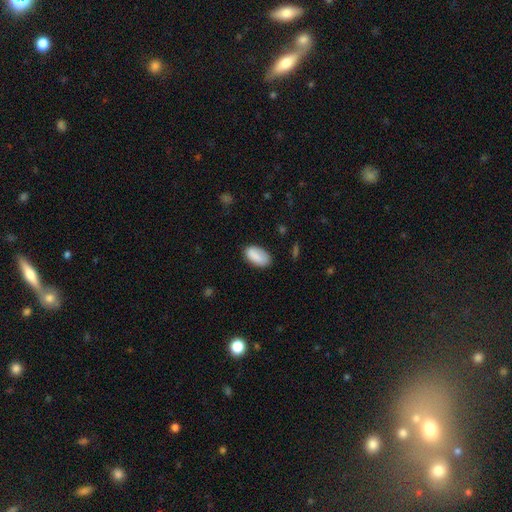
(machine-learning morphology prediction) smooth_or_featured: smooth (p=0.86) [alt: featured or disk p=0.07]
how_rounded: in between (p=0.94) [alt: round p=0.03]
merging: none (p=0.78) [alt: minor disturbance p=0.17]